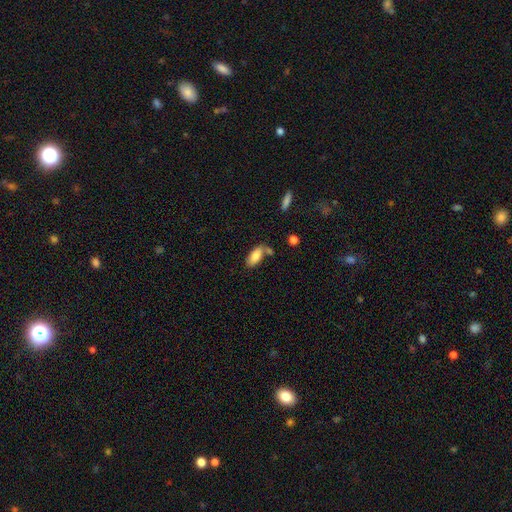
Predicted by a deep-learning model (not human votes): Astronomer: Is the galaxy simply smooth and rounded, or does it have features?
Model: smooth — 82%.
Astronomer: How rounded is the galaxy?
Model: in between — 87%.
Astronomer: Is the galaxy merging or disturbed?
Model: none — 56%.